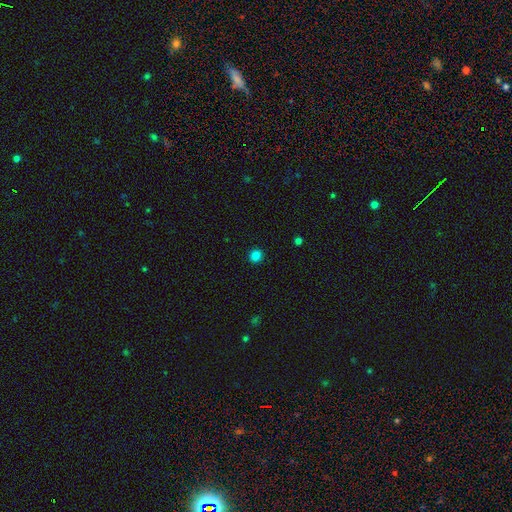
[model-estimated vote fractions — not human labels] Smooth or featured: smooth — 84% (star or artifact — 13%)
How rounded: round — 92% (in between — 7%)
Merging: none — 93% (minor disturbance — 4%)